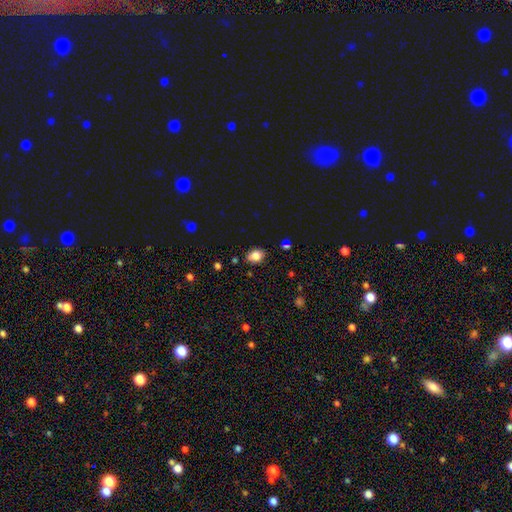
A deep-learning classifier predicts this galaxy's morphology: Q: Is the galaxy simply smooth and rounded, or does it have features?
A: smooth — 83%.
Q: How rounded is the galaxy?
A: in between — 74%.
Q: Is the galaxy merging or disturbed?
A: none — 83%.